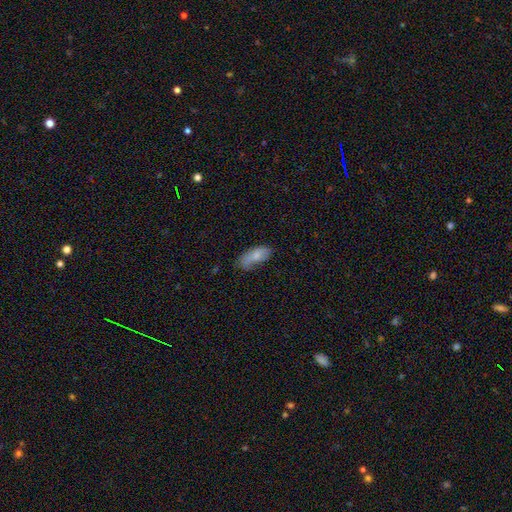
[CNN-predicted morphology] Q: Smooth or featured?
A: smooth (74%); runner-up: featured or disk (18%)
Q: How rounded?
A: in between (87%); runner-up: cigar-shaped (11%)
Q: Merging?
A: none (48%); runner-up: minor disturbance (34%)